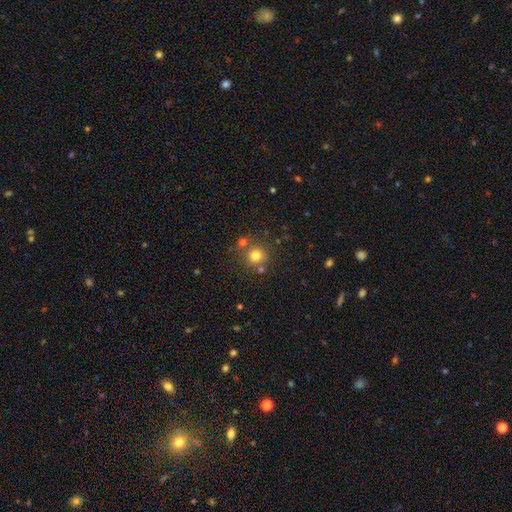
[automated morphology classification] type=smooth (76%); roundness=round (91%); merging=none (70%).